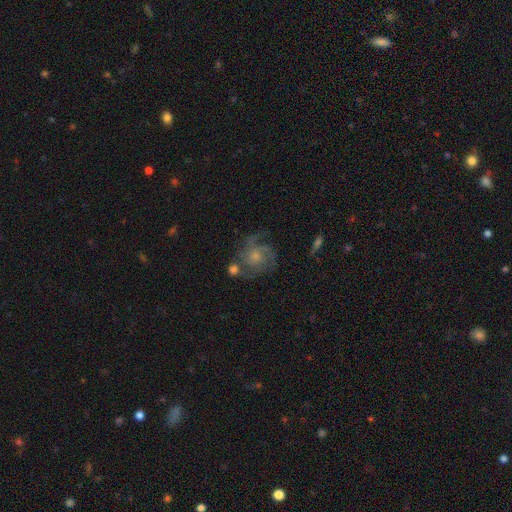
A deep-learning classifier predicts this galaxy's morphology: featured or disk 78%, smooth 15%, star or artifact 7%. Down the decision tree: edge-on disk — no (98%); bar — no (77%); spiral arms — yes (94%); spiral arm count — 3 (40%); spiral winding — medium (44%); bulge size — small (53%); merging — none (59%).